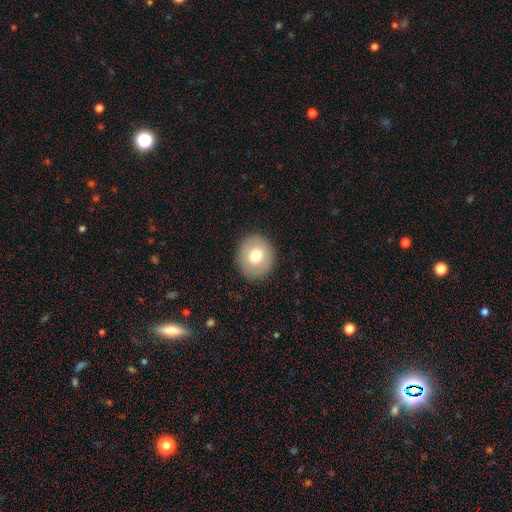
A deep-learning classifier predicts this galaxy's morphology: This appears to be a smooth galaxy with no disk features (72%) that is round (81%). Merging: none (90%).